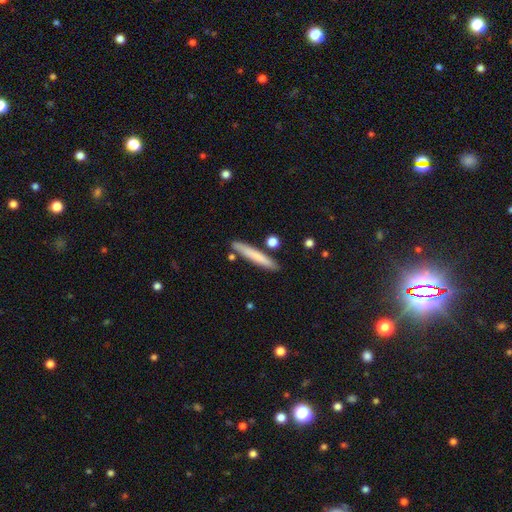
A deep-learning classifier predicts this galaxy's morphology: smooth_or_featured: smooth (p=0.73) [alt: featured or disk p=0.21]
how_rounded: cigar-shaped (p=0.95) [alt: in between p=0.04]
merging: none (p=0.85) [alt: minor disturbance p=0.09]